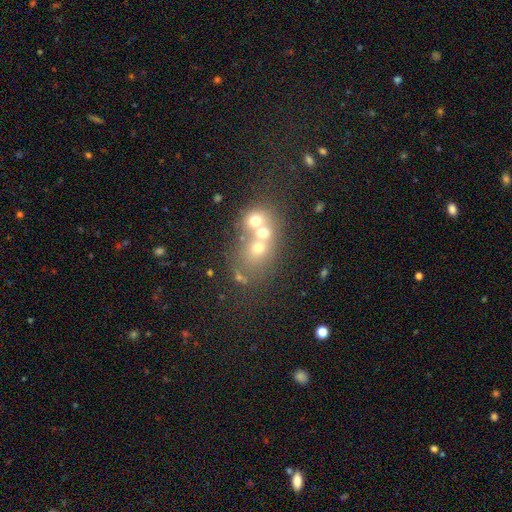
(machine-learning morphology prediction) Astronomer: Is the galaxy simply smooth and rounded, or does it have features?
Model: smooth — 45% (runner-up: featured or disk, 30%).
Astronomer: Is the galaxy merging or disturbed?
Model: merger — 52% (runner-up: none, 34%).